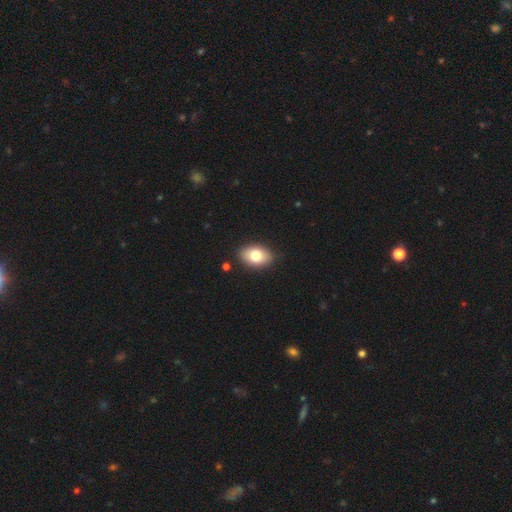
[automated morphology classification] Smooth or featured?
  - smooth: 80% *
  - featured or disk: 13%
  - star or artifact: 7%
How rounded?
  - in between: 89% *
  - round: 10%
  - cigar-shaped: 1%
Merging?
  - none: 88% *
  - minor disturbance: 8%
  - major disturbance: 2%
  - merger: 2%